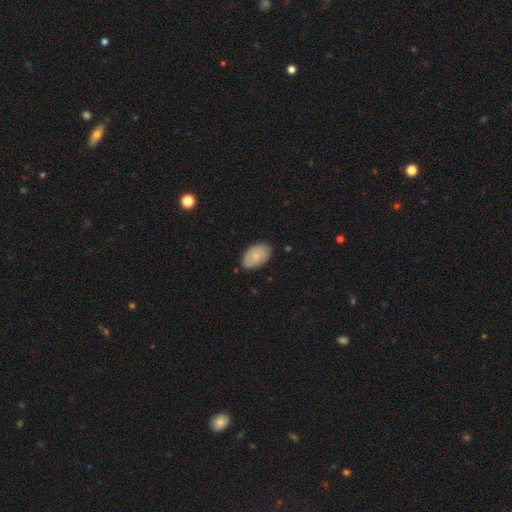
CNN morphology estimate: smooth 76%, featured or disk 17%, star or artifact 6%. Down the decision tree: how rounded — in between (92%); merging — none (79%).